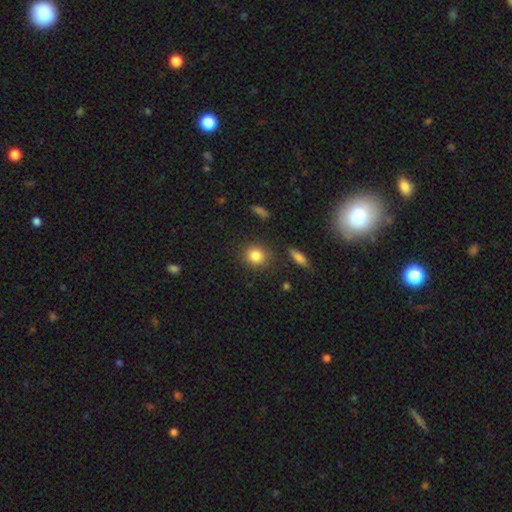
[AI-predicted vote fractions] Q: Smooth or featured?
A: smooth (84%); runner-up: star or artifact (10%)
Q: How rounded?
A: round (85%); runner-up: in between (14%)
Q: Merging?
A: none (86%); runner-up: minor disturbance (9%)